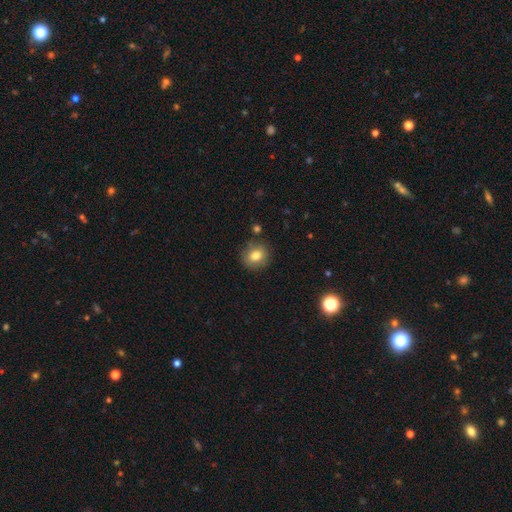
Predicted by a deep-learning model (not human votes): smooth_or_featured: smooth (p=0.80) [alt: featured or disk p=0.11]
how_rounded: round (p=0.75) [alt: in between p=0.24]
merging: none (p=0.81) [alt: minor disturbance p=0.13]